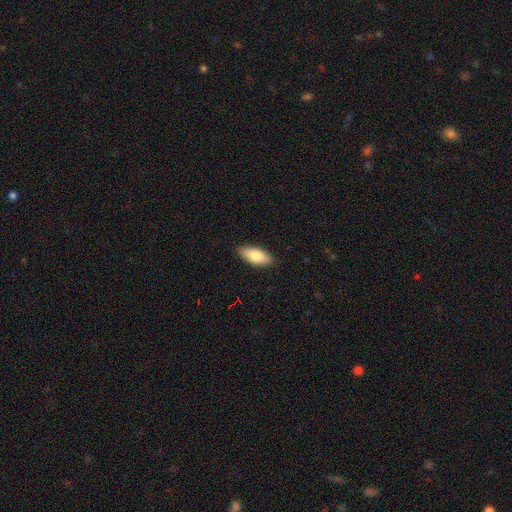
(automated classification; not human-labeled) Overall: smooth (78%). How rounded: in between (82%). Merging: none (88%).